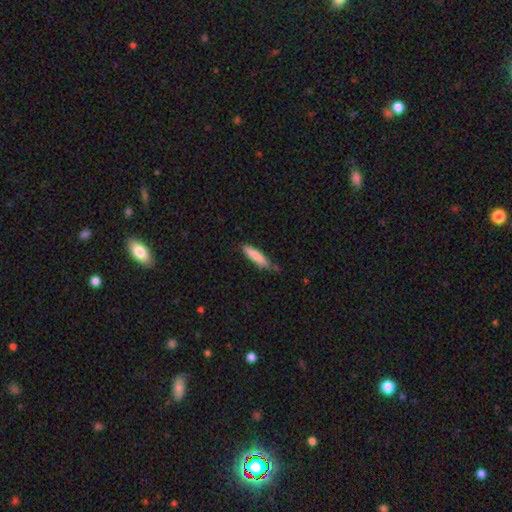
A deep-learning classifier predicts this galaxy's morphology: Smooth or featured? smooth (83%)
How rounded? cigar-shaped (83%)
Merging? none (73%)